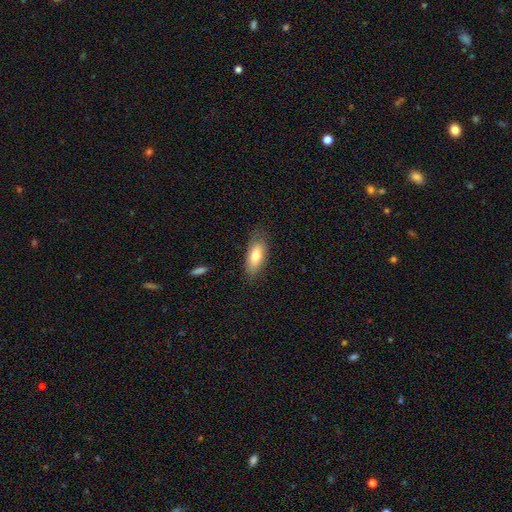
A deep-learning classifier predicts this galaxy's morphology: Smooth or featured: smooth — 77% (featured or disk — 17%)
How rounded: in between — 80% (cigar-shaped — 17%)
Merging: none — 74% (minor disturbance — 20%)